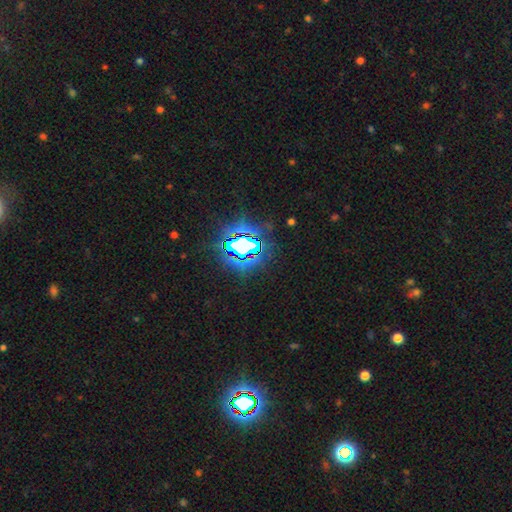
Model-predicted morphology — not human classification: The model was most divided on "smooth or featured": star or artifact: 84%, smooth: 9%, featured or disk: 7%.